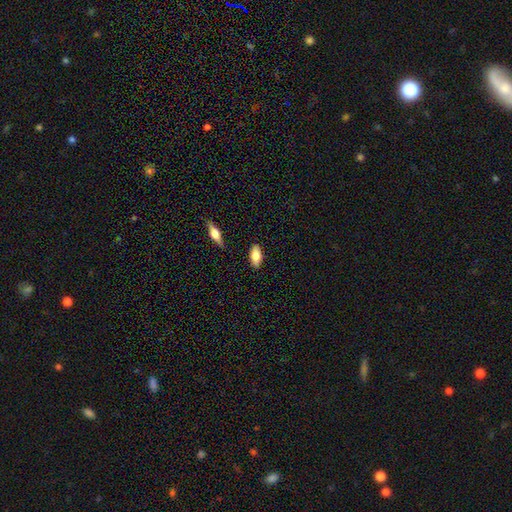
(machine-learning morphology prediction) smooth_or_featured: smooth (p=0.73) [alt: featured or disk p=0.20]
how_rounded: in between (p=0.85) [alt: cigar-shaped p=0.13]
merging: none (p=0.86) [alt: minor disturbance p=0.10]